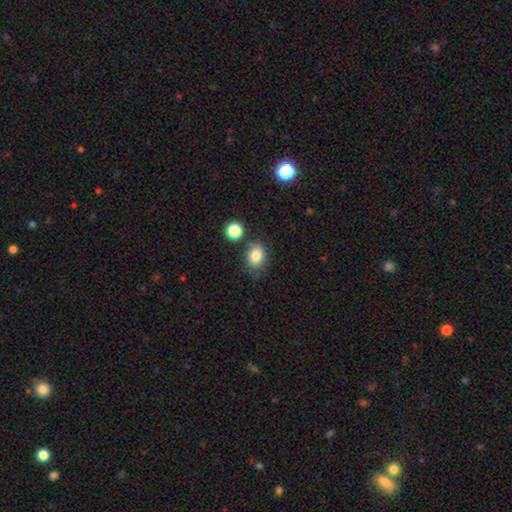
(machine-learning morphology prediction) type=smooth (81%); roundness=in between (59%); merging=none (61%).